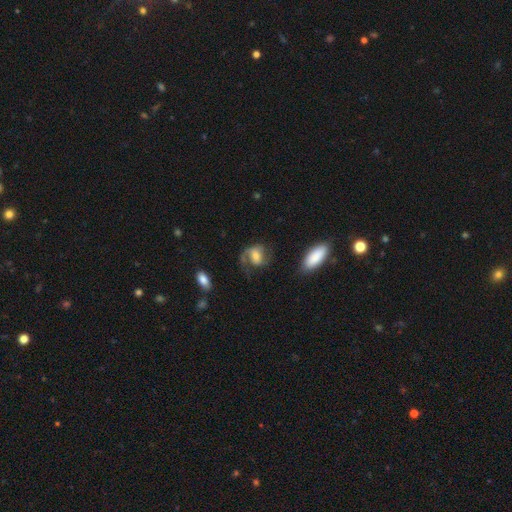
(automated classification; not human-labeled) smooth_or_featured: featured or disk (p=0.61) [alt: smooth p=0.31]
disk_edge_on: no (p=0.96) [alt: yes p=0.04]
bar: no (p=0.43) [alt: weak p=0.40]
has_spiral_arms: yes (p=0.88) [alt: no p=0.12]
spiral_winding: medium (p=0.45) [alt: loose p=0.38]
spiral_arm_count: 2 (p=0.67) [alt: 1 p=0.23]
bulge_size: moderate (p=0.45) [alt: small p=0.31]
merging: none (p=0.49) [alt: major disturbance p=0.26]